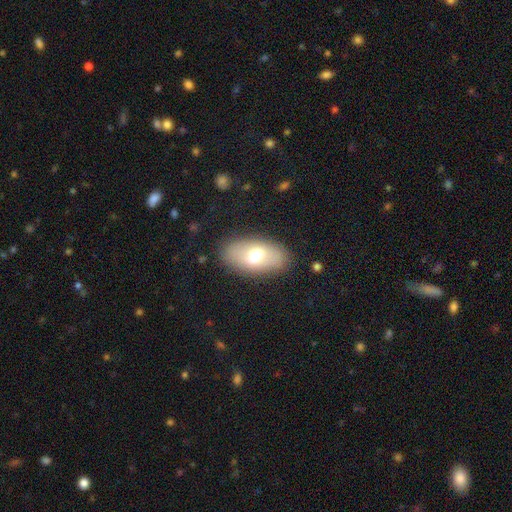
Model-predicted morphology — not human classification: smooth-or-featured: smooth: 63% | featured or disk: 28% | star or artifact: 8%
  how-rounded: in between: 91% | round: 6% | cigar-shaped: 3%
  merging: none: 84% | minor disturbance: 11% | major disturbance: 4% | merger: 1%